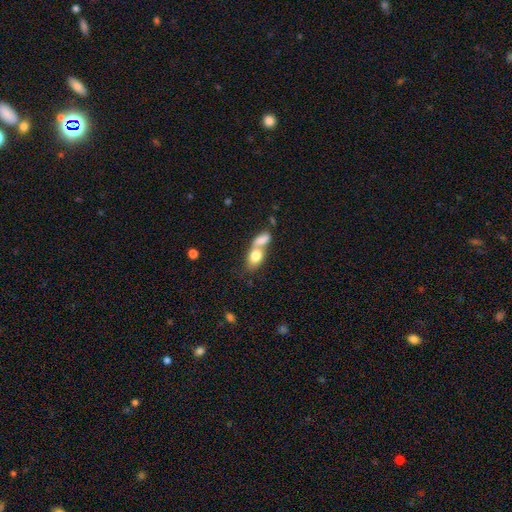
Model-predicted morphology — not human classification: Smooth or featured: smooth — 76% (featured or disk — 16%)
How rounded: in between — 76% (round — 18%)
Merging: merger — 70% (none — 19%)